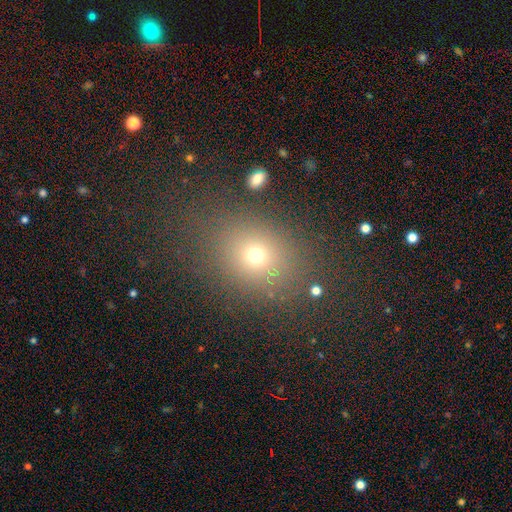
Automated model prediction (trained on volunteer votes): Smooth or featured: smooth — 67% (star or artifact — 22%)
How rounded: round — 54% (in between — 45%)
Merging: none — 77% (minor disturbance — 12%)